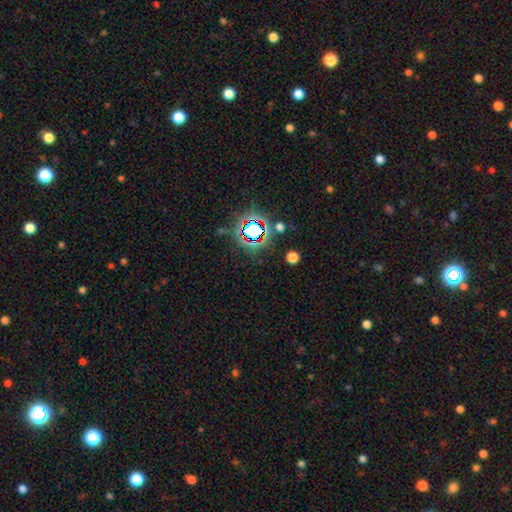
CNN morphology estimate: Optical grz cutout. It shows a star or artifact, not a galaxy (77%).